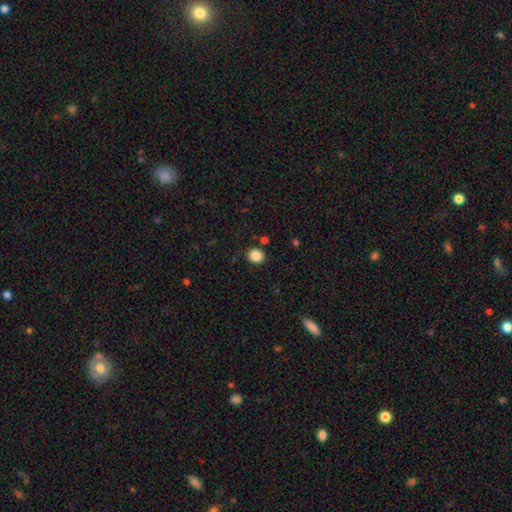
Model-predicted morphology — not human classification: Smooth or featured? smooth (86%)
How rounded? round (74%)
Merging? none (86%)